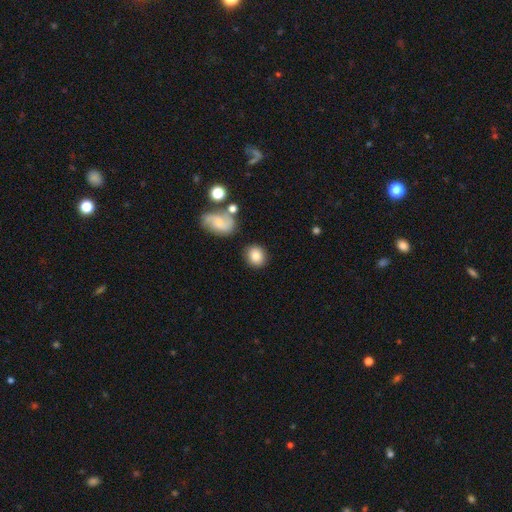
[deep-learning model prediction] Smooth or featured? smooth (82%)
How rounded? round (71%)
Merging? none (82%)